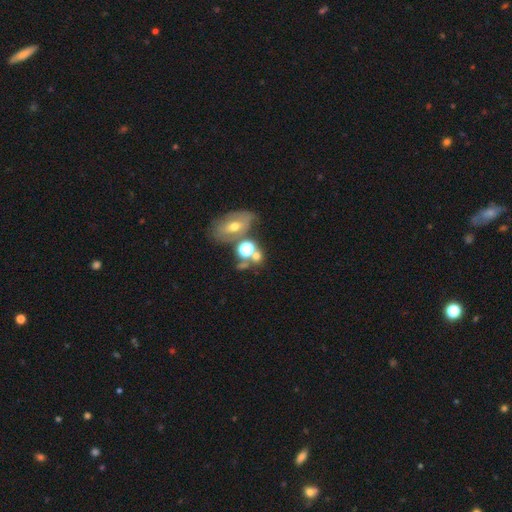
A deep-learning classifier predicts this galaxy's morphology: Overall: smooth (58%; star or artifact 26%). How rounded: round (67%; in between 31%). Merging: none (49%; merger 31%).